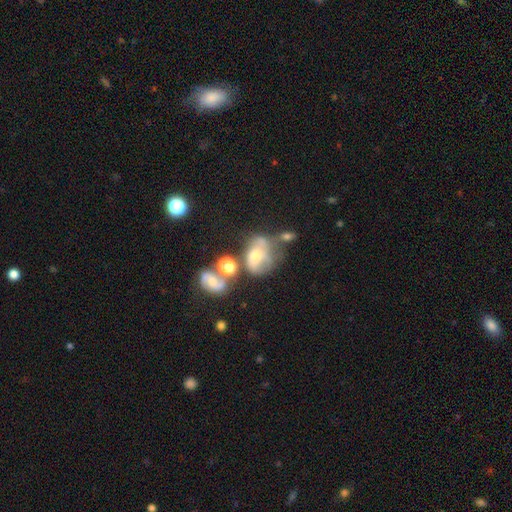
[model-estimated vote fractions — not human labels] This is marginally a featured or disk galaxy (43%). Merging: marginally merger (35%).